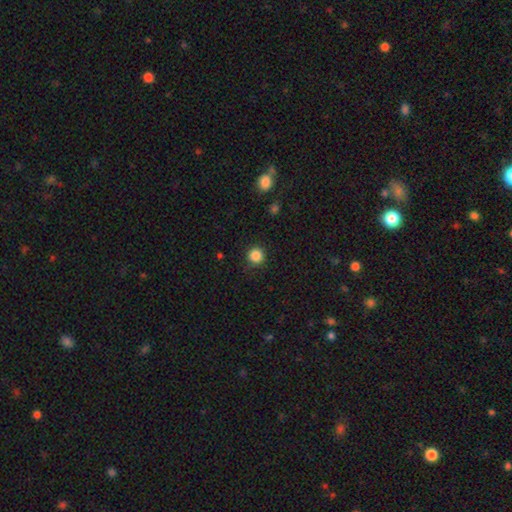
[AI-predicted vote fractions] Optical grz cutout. It shows a smooth galaxy with no disk features (86%) that is round (95%). Merging: none (89%).